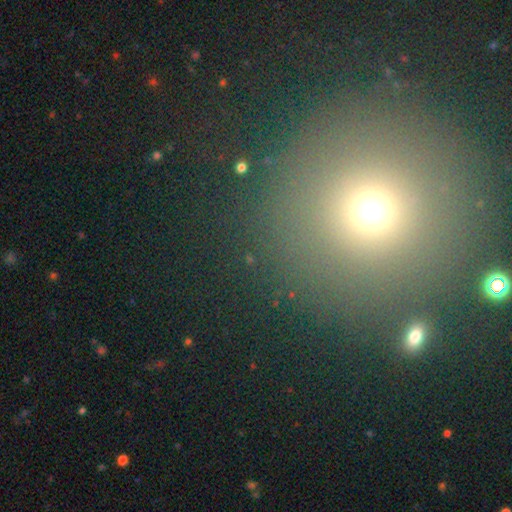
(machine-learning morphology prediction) This is possibly a smooth galaxy (54%). How rounded: clearly round (92%). Merging: clearly none (84%).